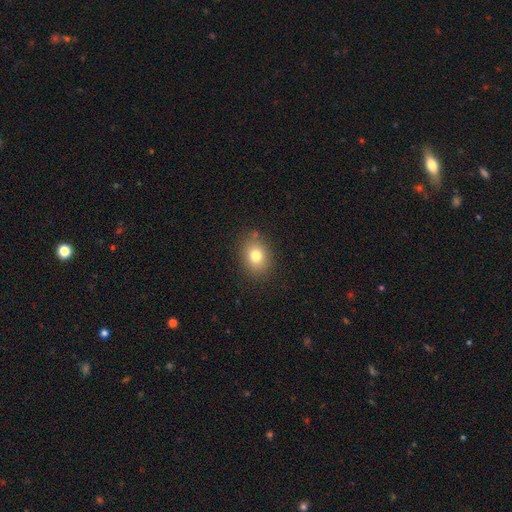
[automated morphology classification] This is likely a smooth galaxy (78%). How rounded: possibly in between (51%). Merging: clearly none (83%).